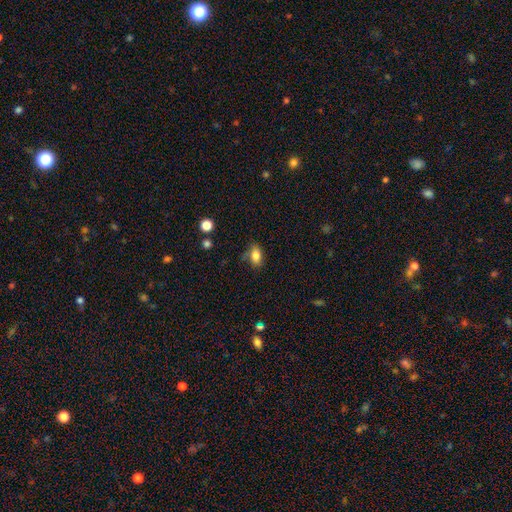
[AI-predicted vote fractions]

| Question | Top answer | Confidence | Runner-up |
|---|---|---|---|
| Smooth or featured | smooth | 82% | star or artifact (9%) |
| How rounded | in between | 86% | round (11%) |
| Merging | none | 66% | minor disturbance (24%) |